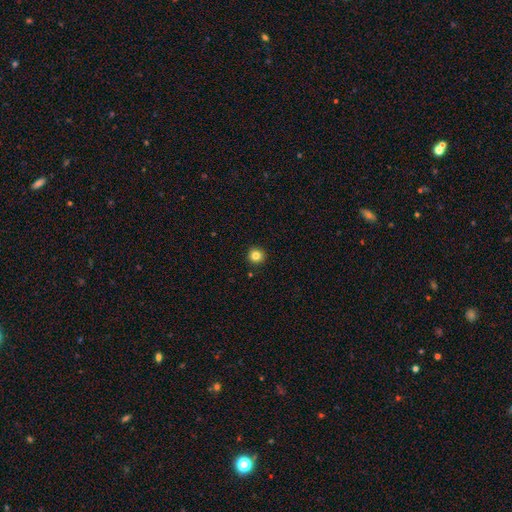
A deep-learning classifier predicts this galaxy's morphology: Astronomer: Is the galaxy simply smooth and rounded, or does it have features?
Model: smooth — 83%.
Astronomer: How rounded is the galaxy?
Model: round — 95%.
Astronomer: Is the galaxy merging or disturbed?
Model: none — 93%.